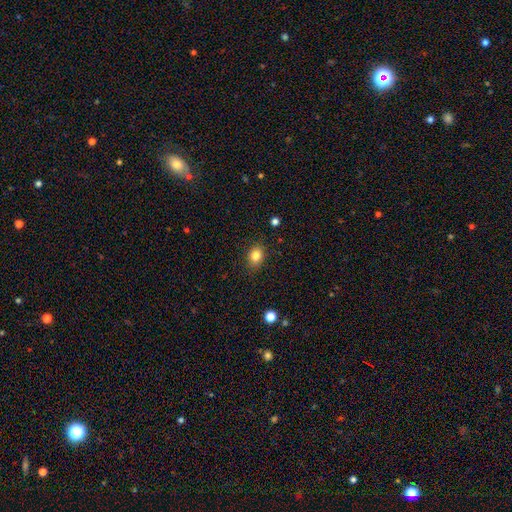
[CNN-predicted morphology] Q: Smooth or featured?
A: smooth (83%); runner-up: star or artifact (10%)
Q: How rounded?
A: in between (61%); runner-up: round (38%)
Q: Merging?
A: none (86%); runner-up: minor disturbance (10%)